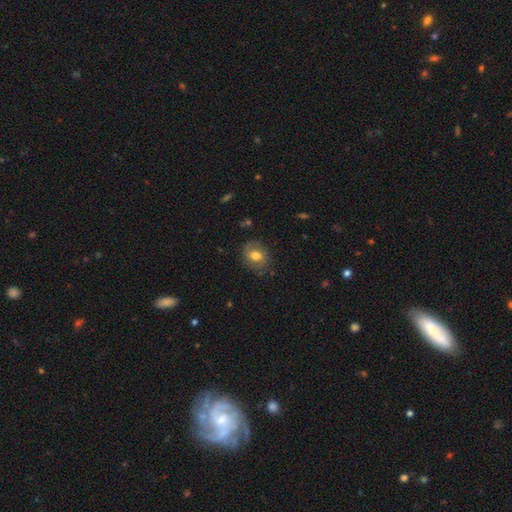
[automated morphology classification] type=smooth (59%); roundness=round (51%); merging=none (77%).